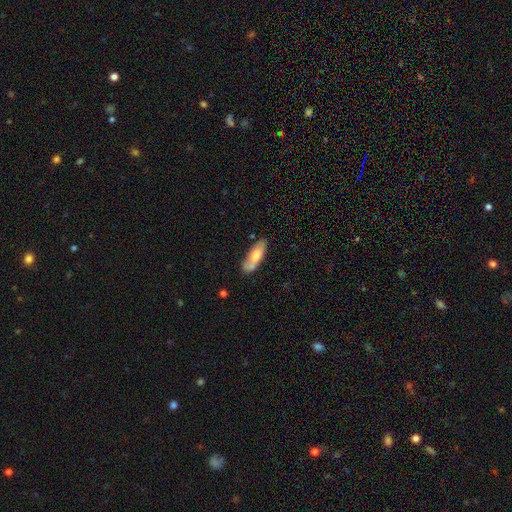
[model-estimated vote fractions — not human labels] This appears to be a smooth galaxy with no disk features (63%) that is in between round and cigar-shaped (54%). Merging: none (63%).